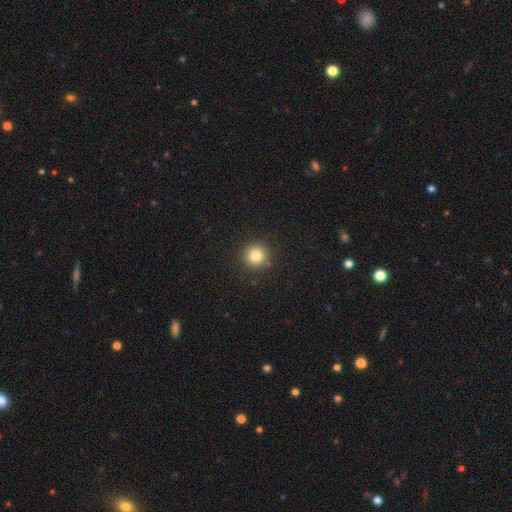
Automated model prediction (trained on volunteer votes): smooth-or-featured: smooth: 82% | star or artifact: 12% | featured or disk: 6%
  how-rounded: round: 95% | in between: 4% | cigar-shaped: 1%
  merging: none: 91% | minor disturbance: 6% | major disturbance: 2% | merger: 1%